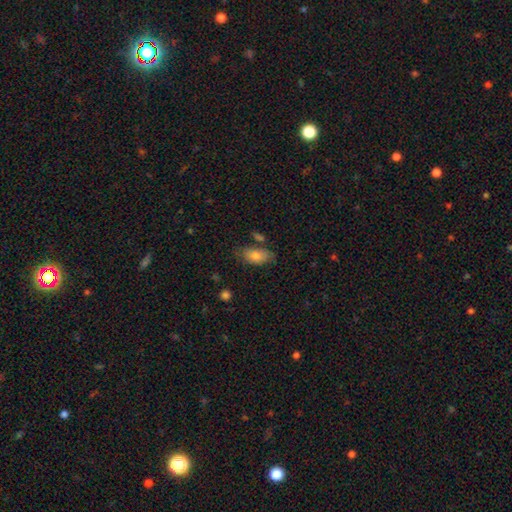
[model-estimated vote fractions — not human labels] Smooth or featured? smooth (76%)
How rounded? in between (90%)
Merging? none (65%)